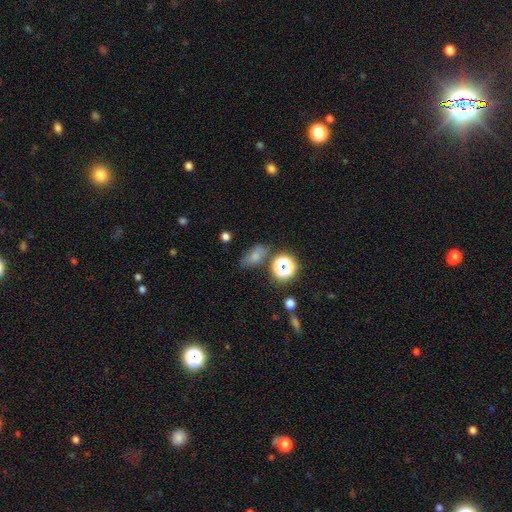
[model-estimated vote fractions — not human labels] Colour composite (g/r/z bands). It shows a smooth galaxy with no disk features (65%) that is in between round and cigar-shaped (74%). Merging: none (63%).